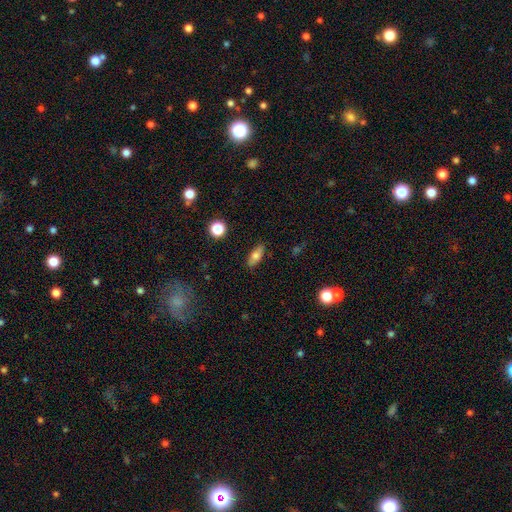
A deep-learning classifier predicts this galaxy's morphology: This appears to be a smooth galaxy with no disk features (72%) that is in between round and cigar-shaped (75%). Merging: none (85%).